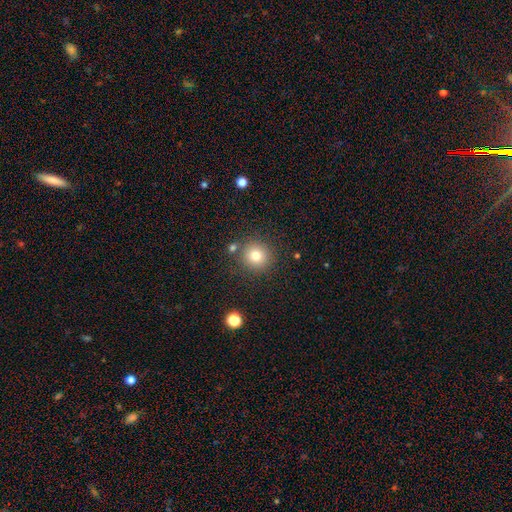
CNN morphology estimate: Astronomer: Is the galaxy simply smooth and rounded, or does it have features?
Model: smooth — 78%.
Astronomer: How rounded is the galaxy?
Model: round — 93%.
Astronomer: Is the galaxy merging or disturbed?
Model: none — 82%.